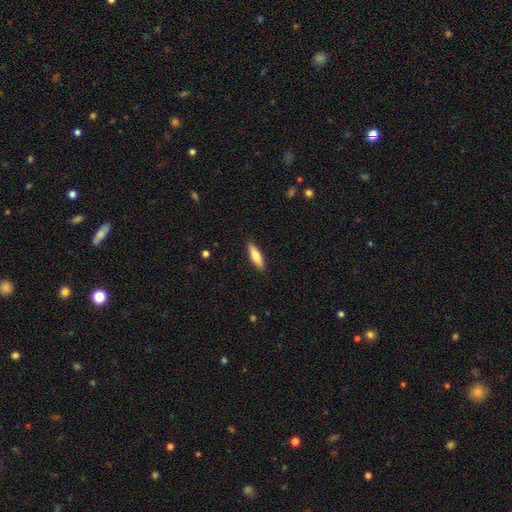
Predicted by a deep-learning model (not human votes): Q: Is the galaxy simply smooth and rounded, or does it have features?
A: smooth — 68%.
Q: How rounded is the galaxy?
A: cigar-shaped — 57%.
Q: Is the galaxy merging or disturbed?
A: none — 89%.